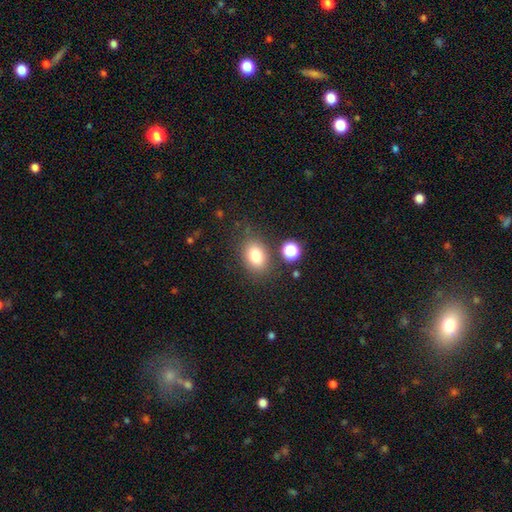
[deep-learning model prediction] Smooth or featured?
  - smooth: 80% *
  - star or artifact: 12%
  - featured or disk: 9%
How rounded?
  - in between: 69% *
  - round: 30%
  - cigar-shaped: 1%
Merging?
  - none: 78% *
  - minor disturbance: 12%
  - merger: 6%
  - major disturbance: 5%